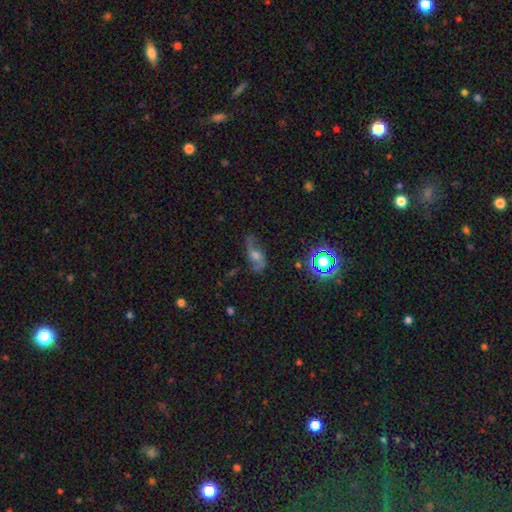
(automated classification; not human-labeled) Smooth or featured? Predicted: featured or disk (p=0.63). Edge-on disk? Predicted: no (p=0.91). Bar? Predicted: no (p=0.53). Spiral arms? Predicted: yes (p=0.88). Spiral winding? Predicted: loose (p=0.72). Spiral arm count? Predicted: 2 (p=0.88). Bulge size? Predicted: moderate (p=0.53). Merging? Predicted: none (p=0.67).